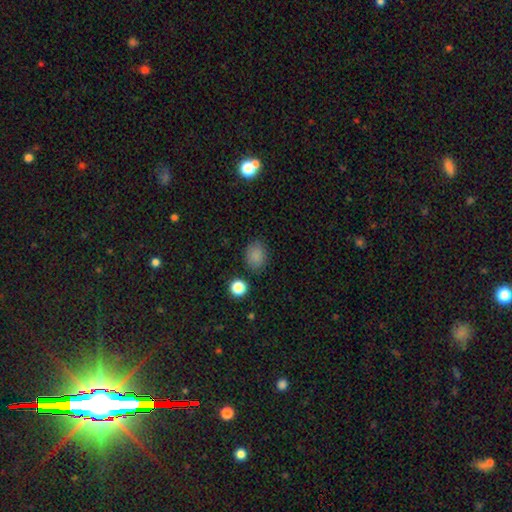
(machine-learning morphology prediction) Smooth or featured: smooth — 84% (star or artifact — 12%)
How rounded: in between — 51% (round — 48%)
Merging: none — 83% (minor disturbance — 11%)